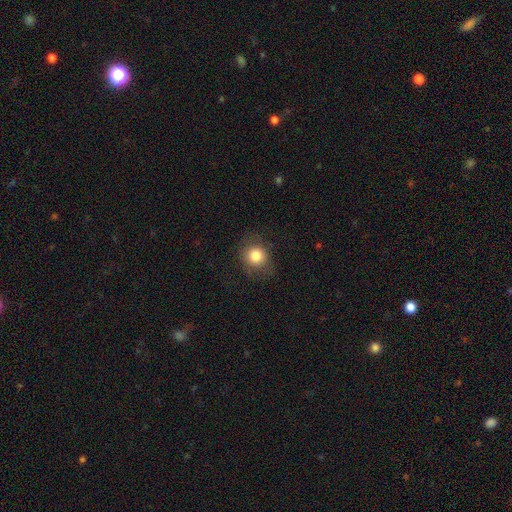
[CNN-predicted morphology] smooth 82%, star or artifact 10%, featured or disk 8%. Down the decision tree: how rounded — round (80%); merging — none (76%).